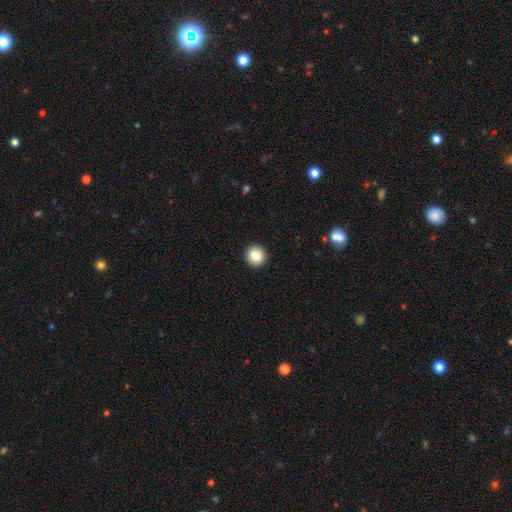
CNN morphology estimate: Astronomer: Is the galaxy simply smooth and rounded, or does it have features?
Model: smooth — 85%.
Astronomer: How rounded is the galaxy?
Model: round — 93%.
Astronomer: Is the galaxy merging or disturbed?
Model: none — 93%.